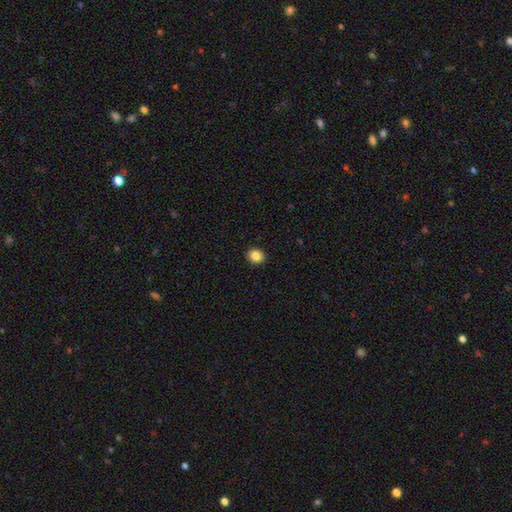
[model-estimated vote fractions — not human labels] Smooth or featured?
  - smooth: 85% *
  - star or artifact: 10%
  - featured or disk: 5%
How rounded?
  - round: 70% *
  - in between: 29%
  - cigar-shaped: 1%
Merging?
  - none: 92% *
  - minor disturbance: 6%
  - major disturbance: 2%
  - merger: 1%